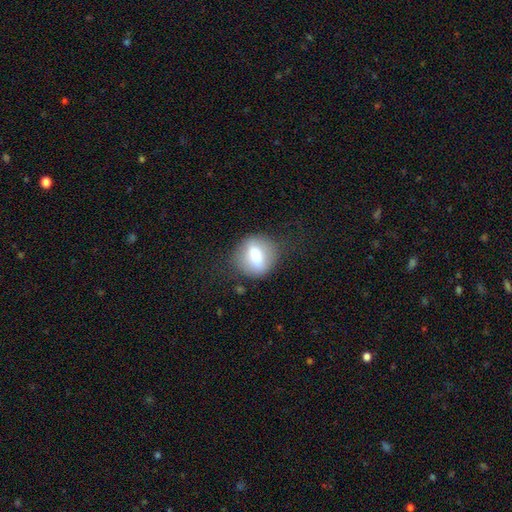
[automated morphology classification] Overall: smooth (69%). How rounded: round (65%; in between 32%). Merging: none (72%).